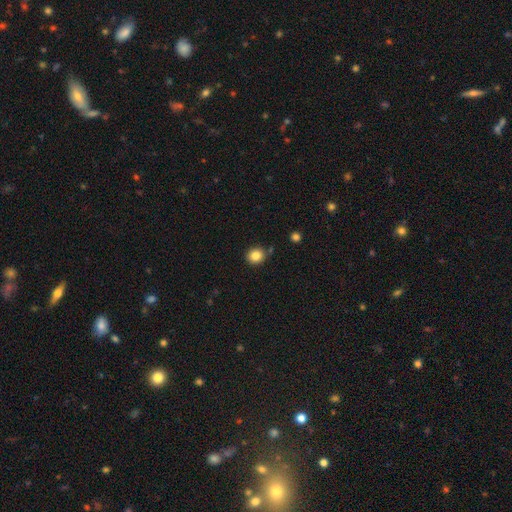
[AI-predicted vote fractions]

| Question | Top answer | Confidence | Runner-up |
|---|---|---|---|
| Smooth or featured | smooth | 84% | star or artifact (11%) |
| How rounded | round | 85% | in between (14%) |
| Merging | none | 83% | minor disturbance (10%) |